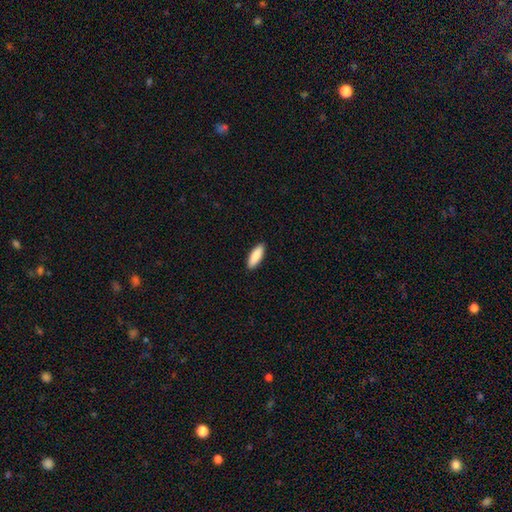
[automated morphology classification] Smooth or featured? smooth (86%)
How rounded? in between (64%)
Merging? none (91%)